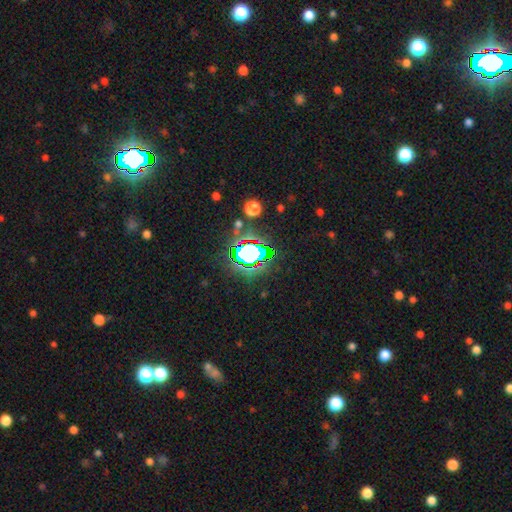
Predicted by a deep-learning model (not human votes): smooth-or-featured: star or artifact: 82% | smooth: 11% | featured or disk: 7%